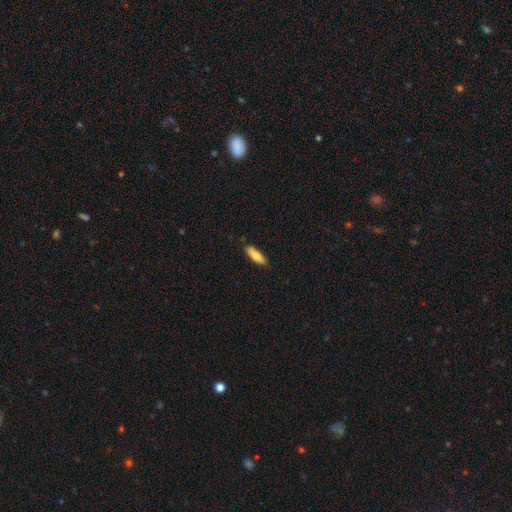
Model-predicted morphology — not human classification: The model was most divided on "how rounded": cigar-shaped: 54%, in between: 44%, round: 2%. More confident: merging — none (86%); smooth or featured — smooth (71%).